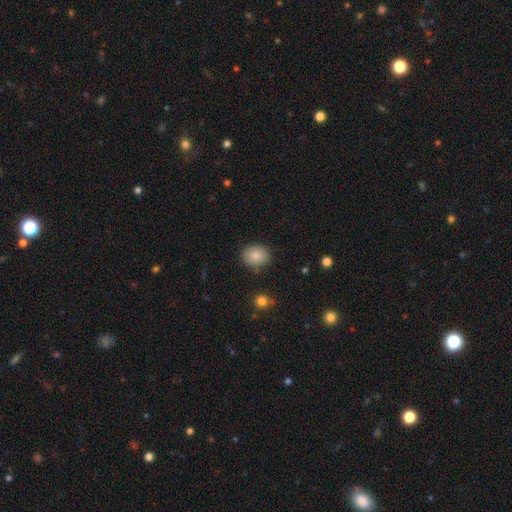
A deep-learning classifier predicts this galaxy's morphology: This is clearly a smooth galaxy (86%). How rounded: possibly round (54%). Merging: clearly none (86%).